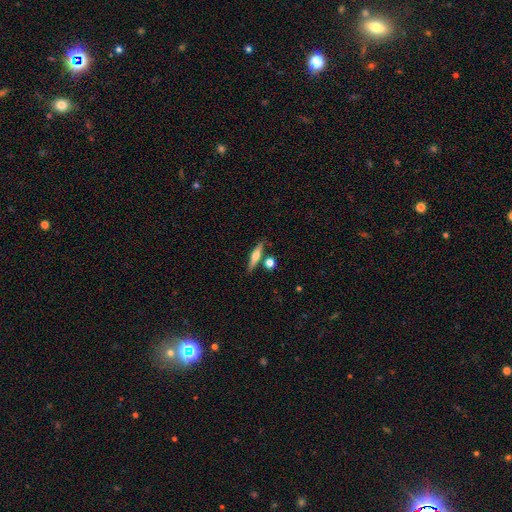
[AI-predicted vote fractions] This appears to be a featured or disk galaxy (51%) viewed edge-on (94%). Merging: none (78%).